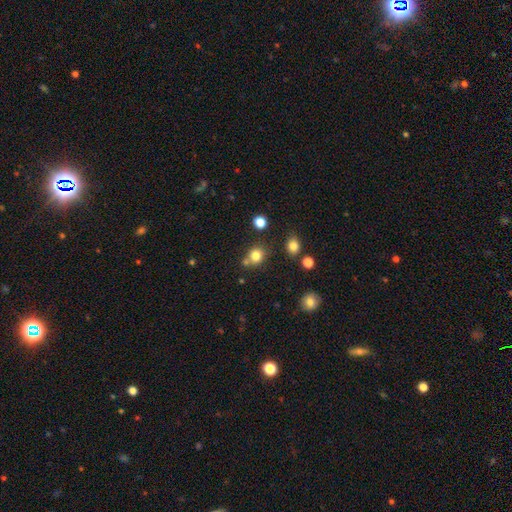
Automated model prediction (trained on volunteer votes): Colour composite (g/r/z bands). It shows a smooth galaxy with no disk features (80%) that is round (78%). Merging: none (67%).